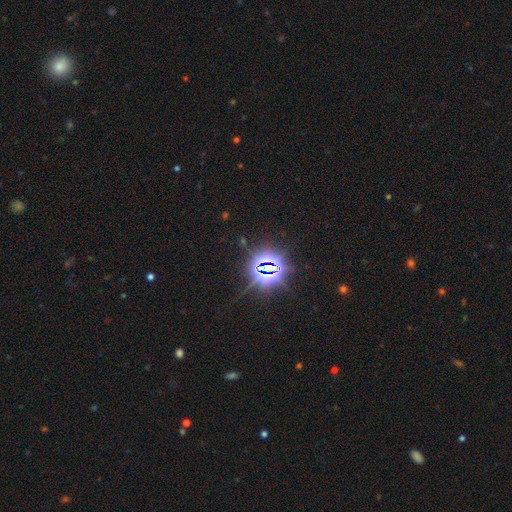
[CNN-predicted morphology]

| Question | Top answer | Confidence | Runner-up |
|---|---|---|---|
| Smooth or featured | star or artifact | 84% | smooth (10%) |